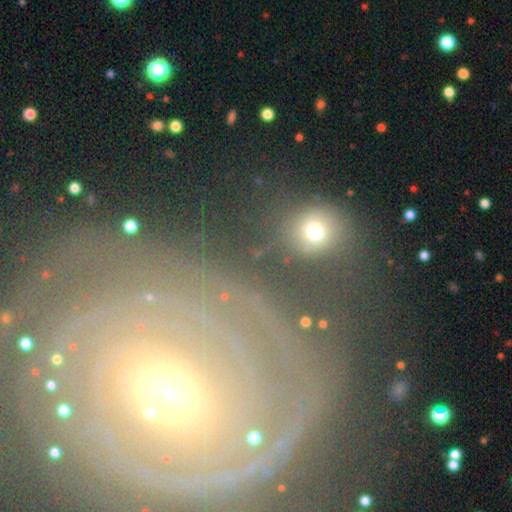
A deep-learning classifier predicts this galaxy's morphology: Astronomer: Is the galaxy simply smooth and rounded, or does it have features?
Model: featured or disk — 64%.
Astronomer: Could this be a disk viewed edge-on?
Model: no — 93%.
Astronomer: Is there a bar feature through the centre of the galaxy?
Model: no — 65%.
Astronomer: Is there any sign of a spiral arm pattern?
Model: yes — 82%.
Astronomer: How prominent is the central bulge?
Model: moderate — 48% (runner-up: small, 39%).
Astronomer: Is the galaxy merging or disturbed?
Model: none — 76%.